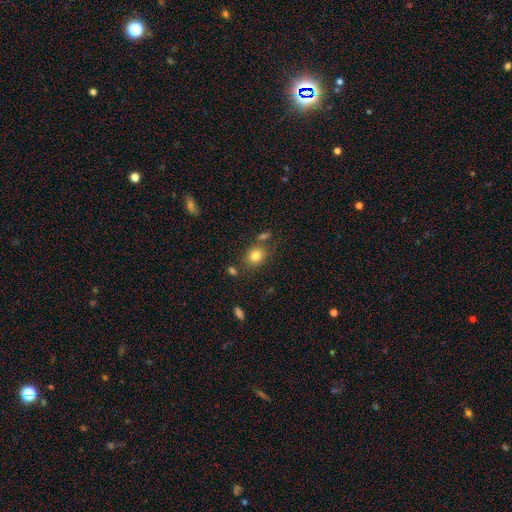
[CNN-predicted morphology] smooth-or-featured: smooth: 81% | star or artifact: 11% | featured or disk: 8%
  how-rounded: round: 51% | in between: 48% | cigar-shaped: 1%
  merging: none: 70% | minor disturbance: 14% | merger: 12% | major disturbance: 5%